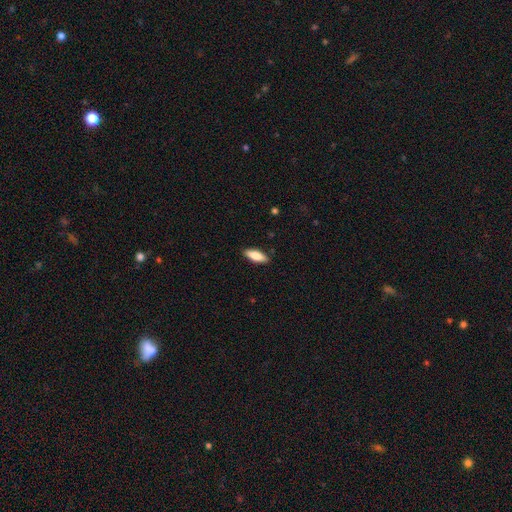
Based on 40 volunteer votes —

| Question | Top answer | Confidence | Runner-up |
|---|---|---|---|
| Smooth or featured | smooth | 85% | featured or disk (15%) |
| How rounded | in between | 74% | cigar-shaped (24%) |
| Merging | none | 90% | minor disturbance (8%) |